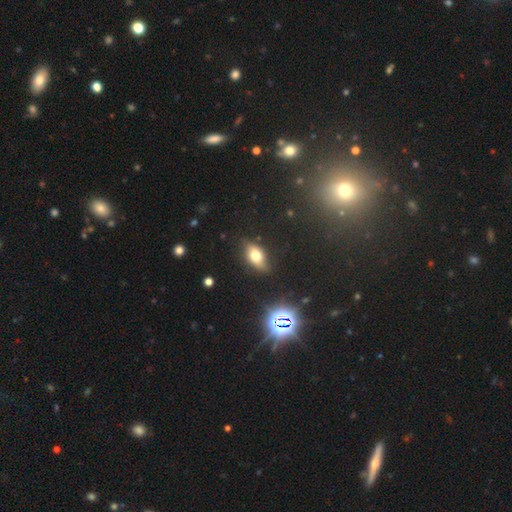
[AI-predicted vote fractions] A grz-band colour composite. It shows a smooth galaxy with no disk features (63%) that is in between round and cigar-shaped (84%). Merging: none (78%).